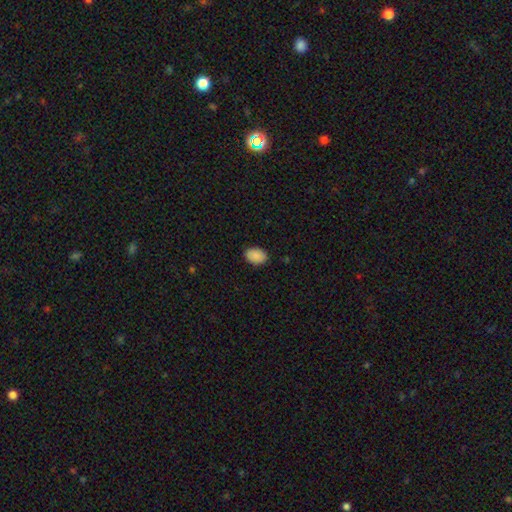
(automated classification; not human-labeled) smooth_or_featured: smooth (p=0.89) [alt: star or artifact p=0.07]
how_rounded: in between (p=0.83) [alt: round p=0.16]
merging: none (p=0.87) [alt: minor disturbance p=0.10]